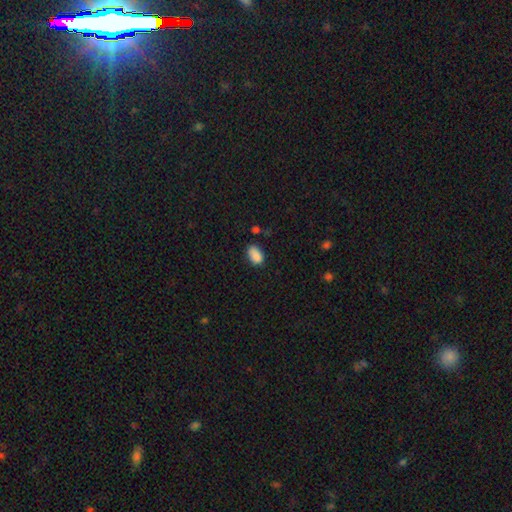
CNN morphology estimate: Smooth or featured? Predicted: smooth (p=0.87). How rounded? Predicted: in between (p=0.90). Merging? Predicted: none (p=0.68).